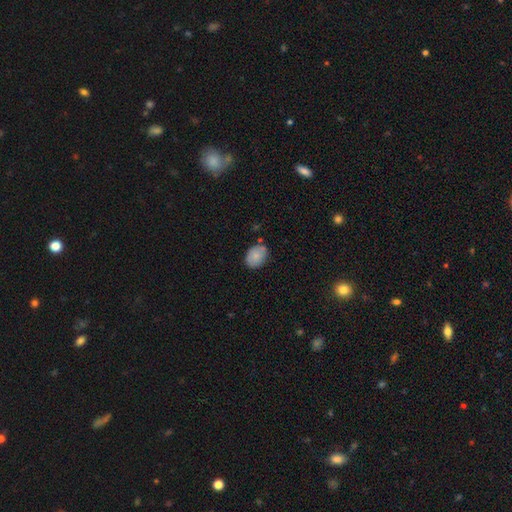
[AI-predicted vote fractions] Smooth or featured? smooth (81%)
How rounded? in between (70%)
Merging? none (75%)